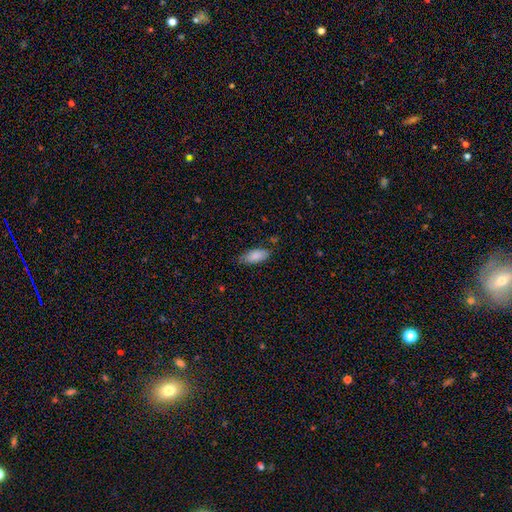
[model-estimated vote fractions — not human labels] Morphology: type=smooth (86%); roundness=in between (87%); merging=none (72%).